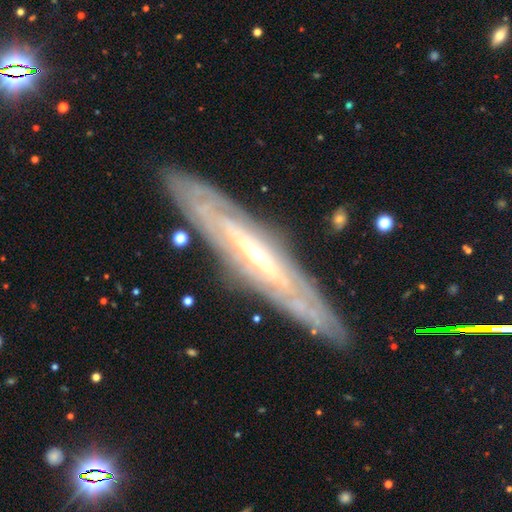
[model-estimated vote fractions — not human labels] The model was most divided on "edge-on disk": yes: 54%, no: 46%. More confident: merging — none (85%); smooth or featured — featured or disk (82%).